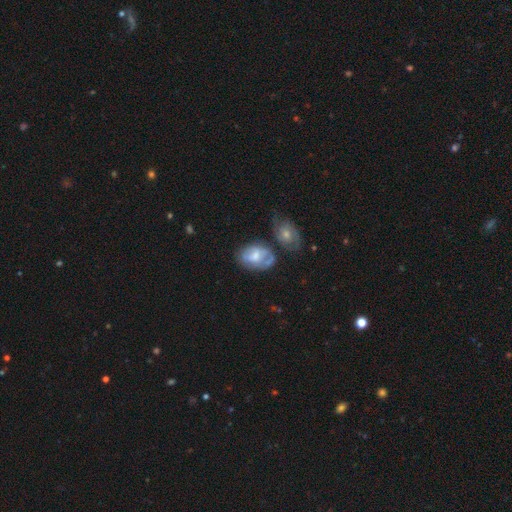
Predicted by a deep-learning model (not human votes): This appears to be a smooth galaxy with no disk features (47%). Merging: none (41%).